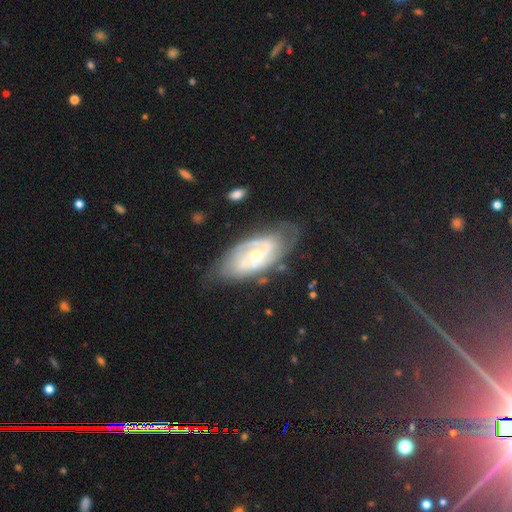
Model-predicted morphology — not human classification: The model was most divided on "bulge size": small: 50%, moderate: 46%, large: 2%, none: 1%, dominant: 1%. More confident: edge-on disk — no (94%); spiral arms — yes (92%); smooth or featured — featured or disk (83%); merging — none (66%); bar — no (57%); spiral winding — tight (56%); spiral arm count — 2 (54%).